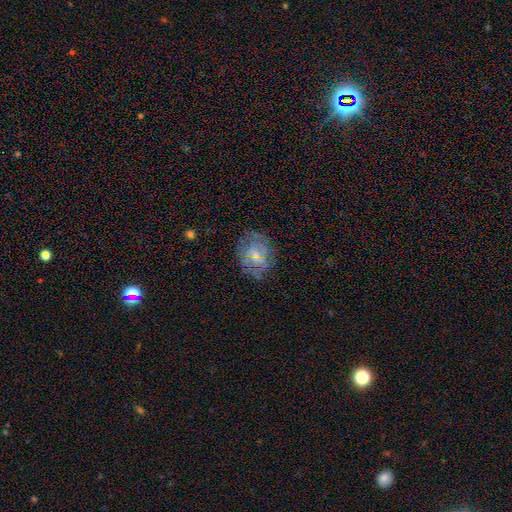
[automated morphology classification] featured or disk 55%, smooth 33%, star or artifact 13%. Down the decision tree: edge-on disk — no (96%); bar — no (49%); spiral arms — yes (65%); bulge size — small (51%); merging — none (72%).